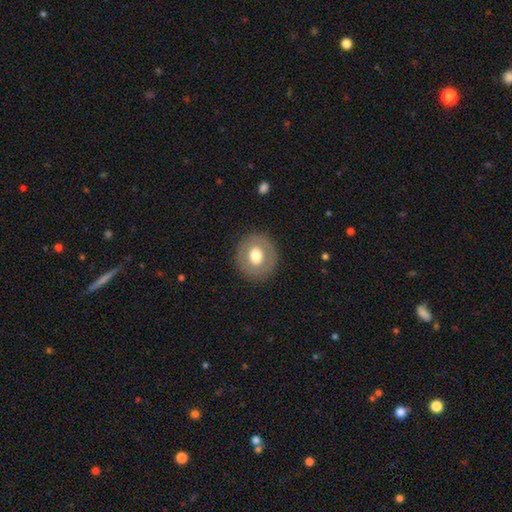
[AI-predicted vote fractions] The model was most divided on "smooth or featured": smooth: 63%, featured or disk: 30%, star or artifact: 8%. More confident: merging — none (87%); how rounded — round (79%).